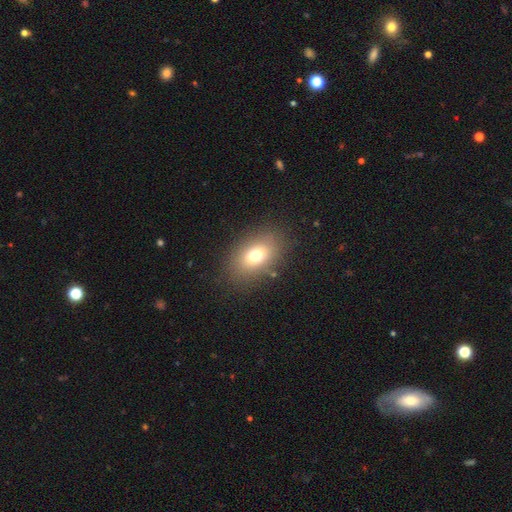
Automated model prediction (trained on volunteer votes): smooth-or-featured: smooth: 72% | featured or disk: 15% | star or artifact: 13%
  how-rounded: in between: 78% | round: 20% | cigar-shaped: 2%
  merging: none: 83% | minor disturbance: 10% | major disturbance: 5% | merger: 2%